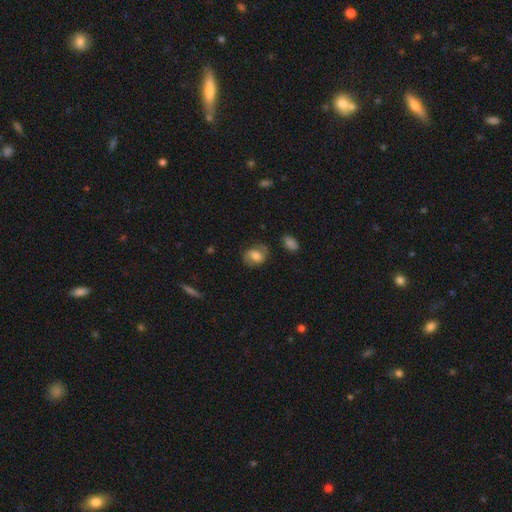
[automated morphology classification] type=smooth (49%); merging=none (69%).